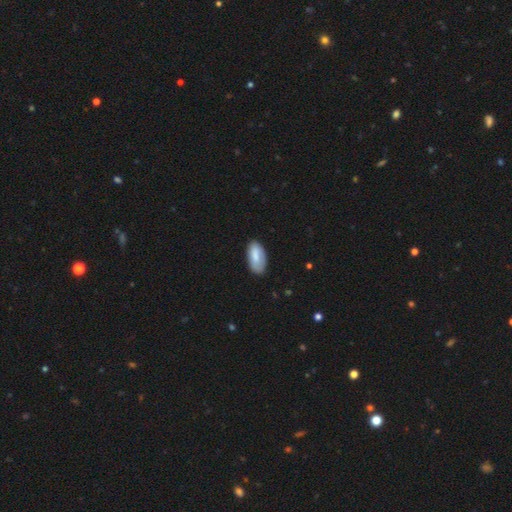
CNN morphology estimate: This is clearly a smooth galaxy (81%). How rounded: clearly in between (92%). Merging: likely none (79%).